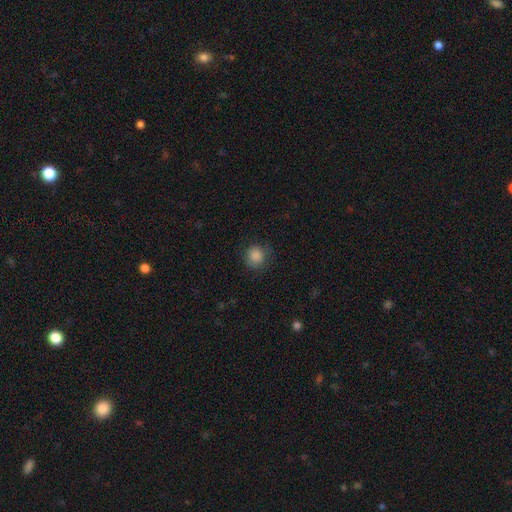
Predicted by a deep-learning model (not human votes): Q: Smooth or featured?
A: smooth (86%); runner-up: star or artifact (9%)
Q: How rounded?
A: round (89%); runner-up: in between (10%)
Q: Merging?
A: none (78%); runner-up: minor disturbance (16%)